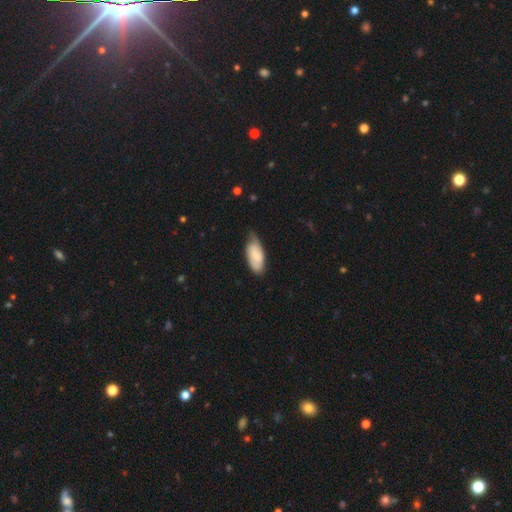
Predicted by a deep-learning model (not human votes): The model was most divided on "merging": none: 50%, minor disturbance: 40%, major disturbance: 8%, merger: 2%. More confident: how rounded — in between (88%); smooth or featured — smooth (73%).